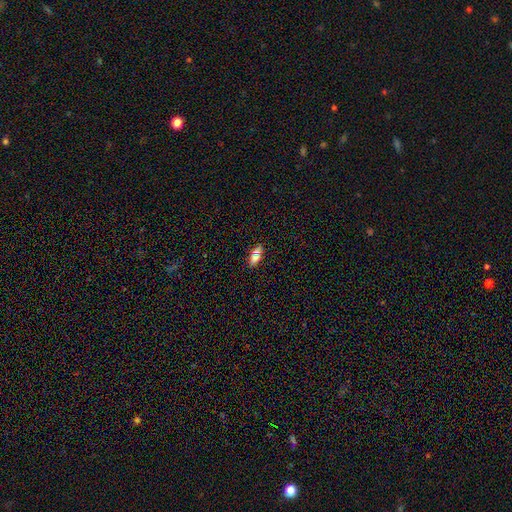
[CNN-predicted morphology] Smooth or featured? Predicted: smooth (p=0.74). How rounded? Predicted: in between (p=0.65). Merging? Predicted: none (p=0.87).